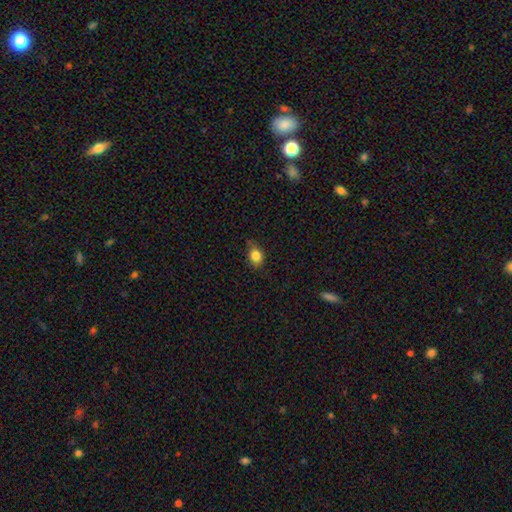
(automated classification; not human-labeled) smooth 84%, star or artifact 11%, featured or disk 6%. Down the decision tree: how rounded — in between (53%); merging — none (75%).